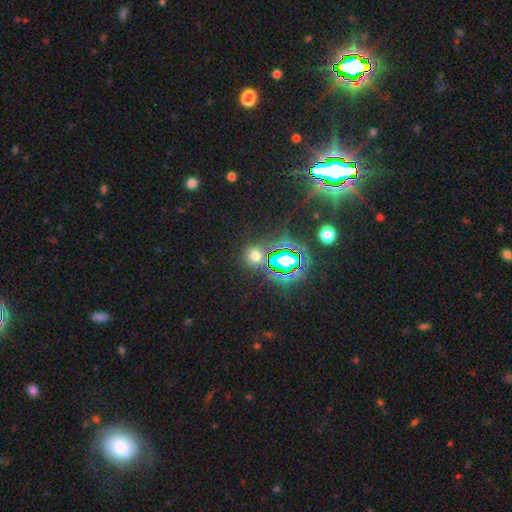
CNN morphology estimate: Smooth or featured: smooth — 49% (star or artifact — 44%)
Merging: none — 81% (minor disturbance — 8%)